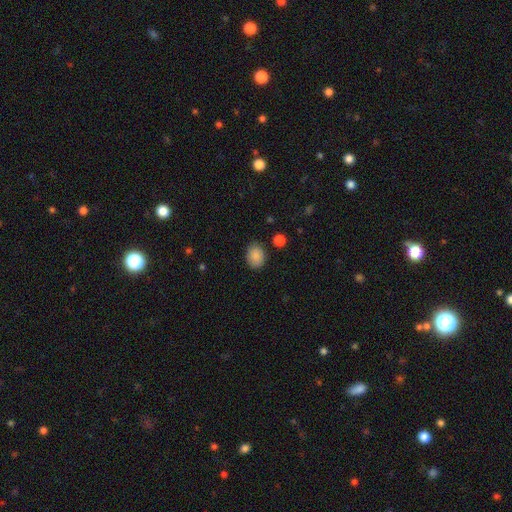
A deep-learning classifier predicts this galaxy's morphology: Smooth or featured? Predicted: smooth (p=0.87). How rounded? Predicted: in between (p=0.59). Merging? Predicted: none (p=0.84).